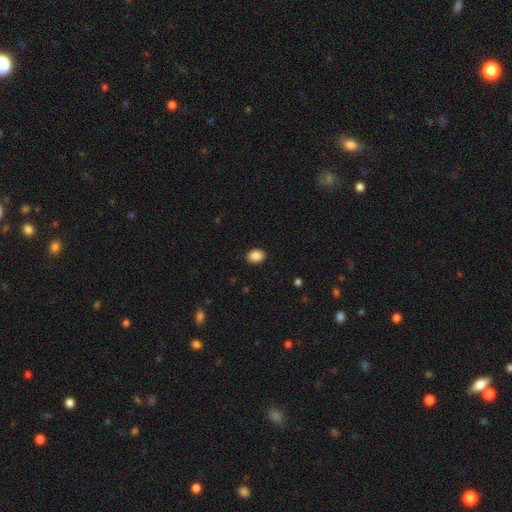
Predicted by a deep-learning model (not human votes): The model was most divided on "how rounded": in between: 54%, round: 45%, cigar-shaped: 1%. More confident: merging — none (90%); smooth or featured — smooth (88%).